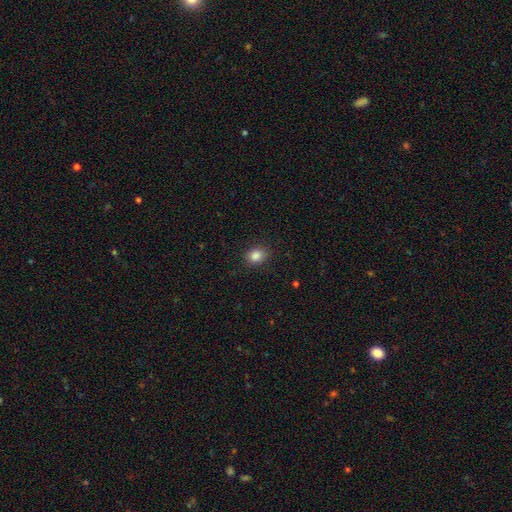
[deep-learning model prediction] Smooth or featured? smooth (86%)
How rounded? round (50%)
Merging? none (88%)